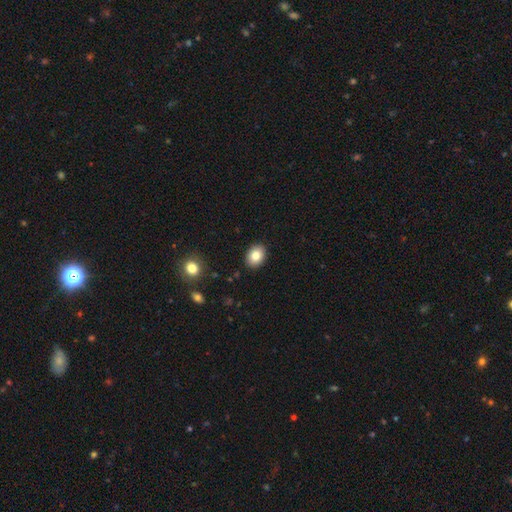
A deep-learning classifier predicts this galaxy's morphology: Smooth or featured? smooth (83%)
How rounded? in between (66%)
Merging? none (90%)